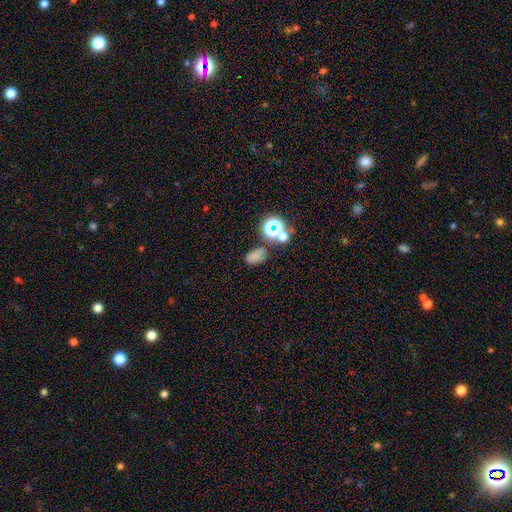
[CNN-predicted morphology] The model was most divided on "smooth or featured": smooth: 66%, star or artifact: 26%, featured or disk: 9%. More confident: how rounded — in between (78%); merging — none (61%).